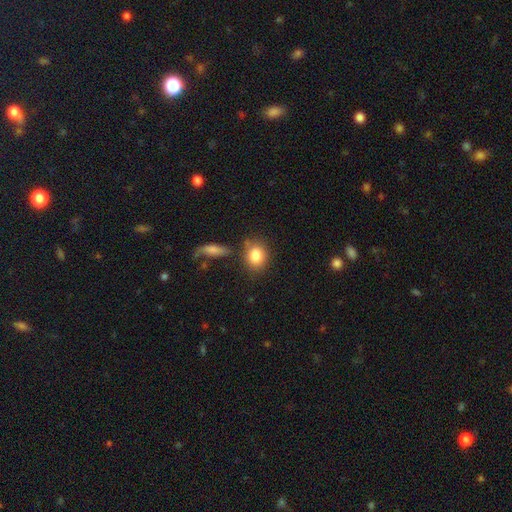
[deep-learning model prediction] smooth-or-featured: smooth: 84% | star or artifact: 8% | featured or disk: 7%
  how-rounded: round: 58% | in between: 40% | cigar-shaped: 2%
  merging: none: 70% | minor disturbance: 14% | merger: 12% | major disturbance: 5%